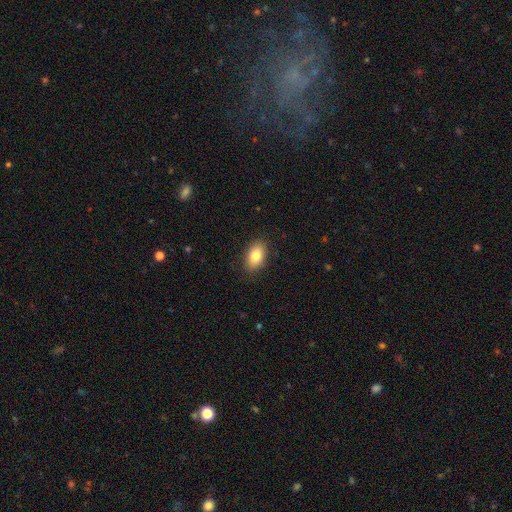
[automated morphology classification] Smooth or featured?
  - smooth: 83% *
  - featured or disk: 10%
  - star or artifact: 8%
How rounded?
  - in between: 90% *
  - round: 8%
  - cigar-shaped: 2%
Merging?
  - none: 88% *
  - minor disturbance: 9%
  - major disturbance: 2%
  - merger: 1%